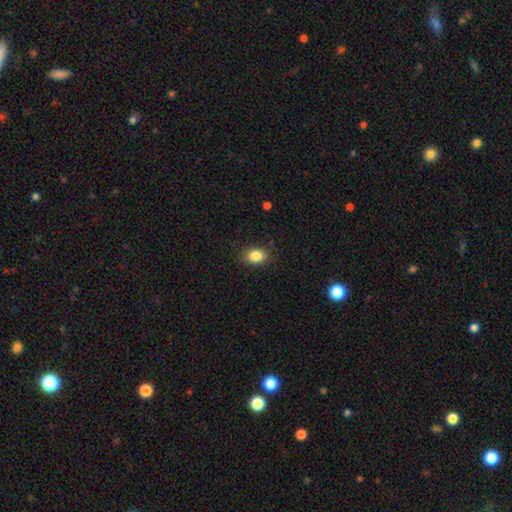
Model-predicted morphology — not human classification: The model was most divided on "how rounded": in between: 77%, round: 22%, cigar-shaped: 1%. More confident: smooth or featured — smooth (86%); merging — none (84%).